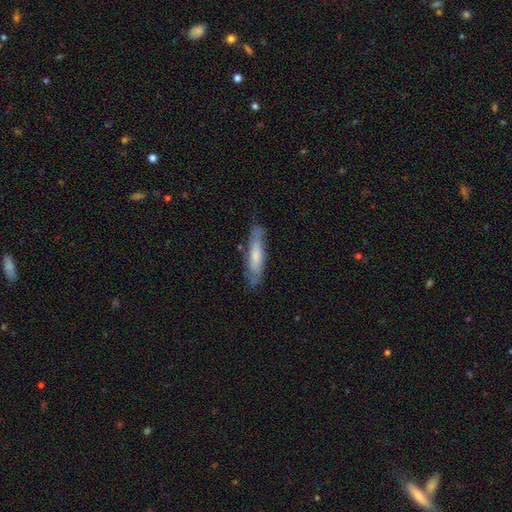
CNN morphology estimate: Smooth or featured? smooth (55%)
How rounded? cigar-shaped (76%)
Merging? none (72%)